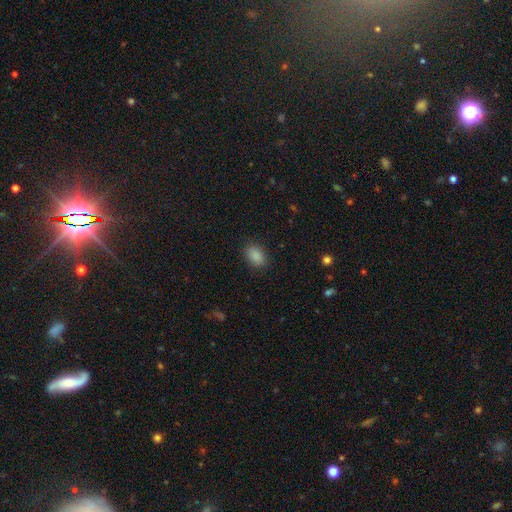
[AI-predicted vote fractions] Smooth or featured? smooth (88%)
How rounded? in between (83%)
Merging? none (87%)